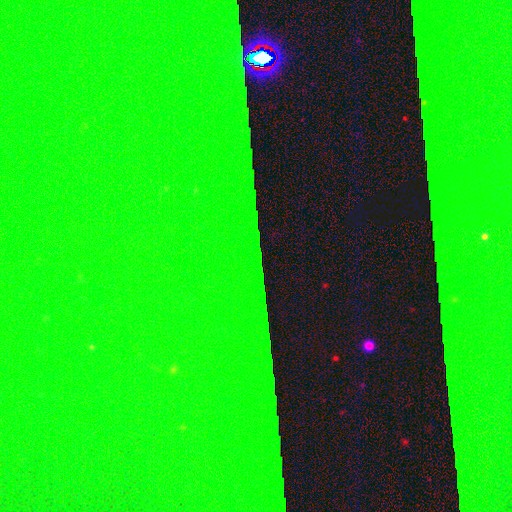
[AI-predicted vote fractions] smooth_or_featured: star or artifact (p=0.86) [alt: featured or disk p=0.08]